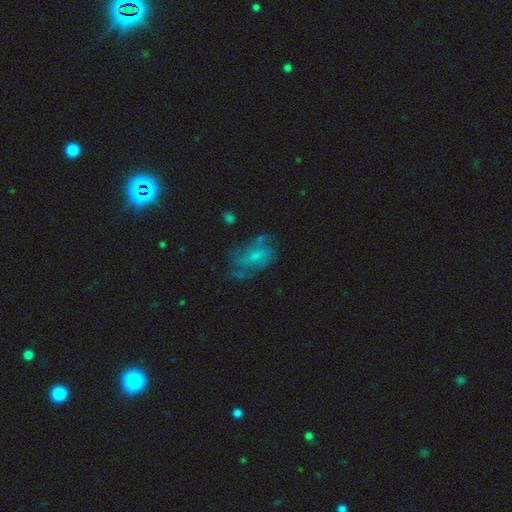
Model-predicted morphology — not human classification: type=featured or disk (66%); edge-on=no (96%); bar=no (47%); spiral arms=yes (82%); winding=medium (45%); arm count=can't tell (33%); bulge=small (50%); merging=none (54%).